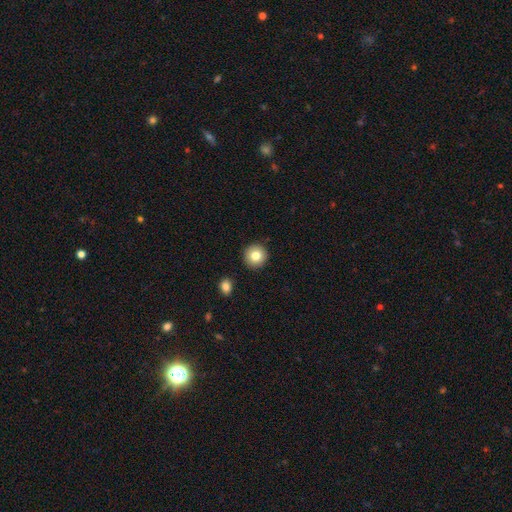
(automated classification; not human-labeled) smooth-or-featured: smooth: 81% | featured or disk: 10% | star or artifact: 9%
  how-rounded: round: 95% | in between: 4% | cigar-shaped: 1%
  merging: none: 91% | minor disturbance: 5% | merger: 2% | major disturbance: 2%